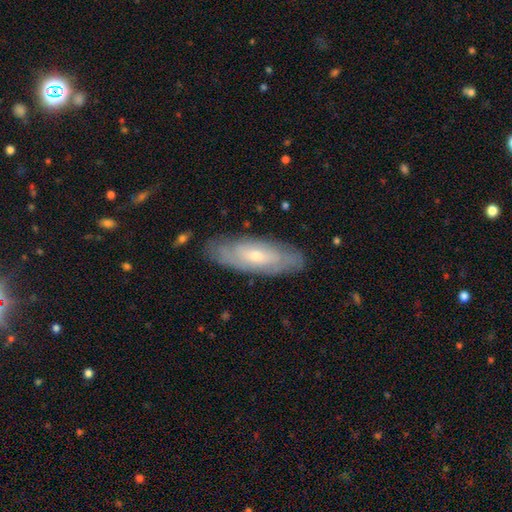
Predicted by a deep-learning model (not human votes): Smooth or featured? Predicted: featured or disk (p=0.61). Edge-on disk? Predicted: no (p=0.76). Merging? Predicted: none (p=0.82).